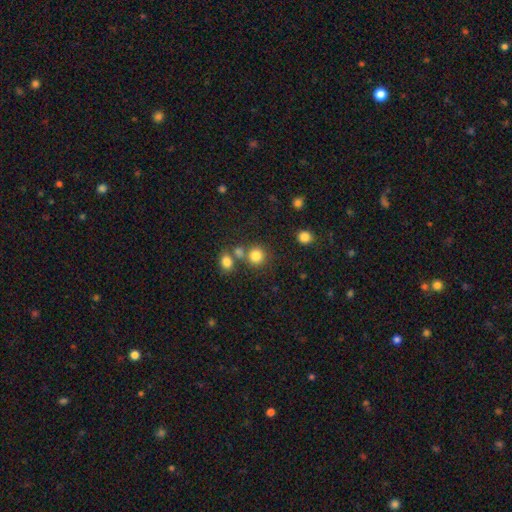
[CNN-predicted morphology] Smooth or featured: smooth — 81% (star or artifact — 13%)
How rounded: round — 88% (in between — 11%)
Merging: none — 67% (merger — 20%)